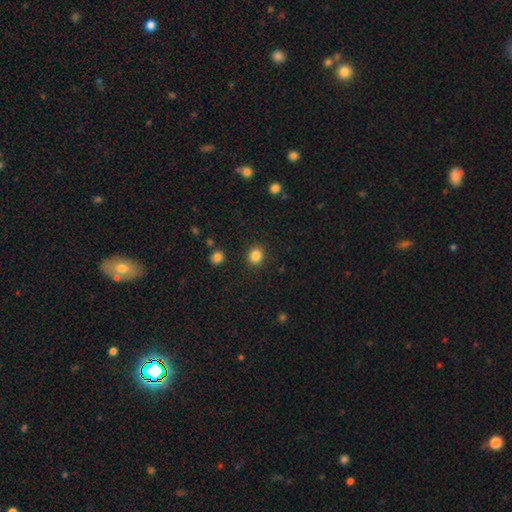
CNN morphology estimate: Overall: smooth (85%). How rounded: round (69%; in between 30%). Merging: none (89%).